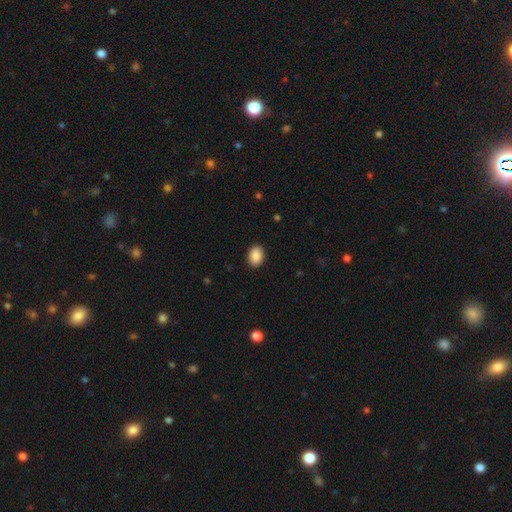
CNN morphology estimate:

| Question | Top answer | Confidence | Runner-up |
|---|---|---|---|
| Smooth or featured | smooth | 90% | star or artifact (7%) |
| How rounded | in between | 77% | round (22%) |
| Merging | none | 90% | minor disturbance (7%) |